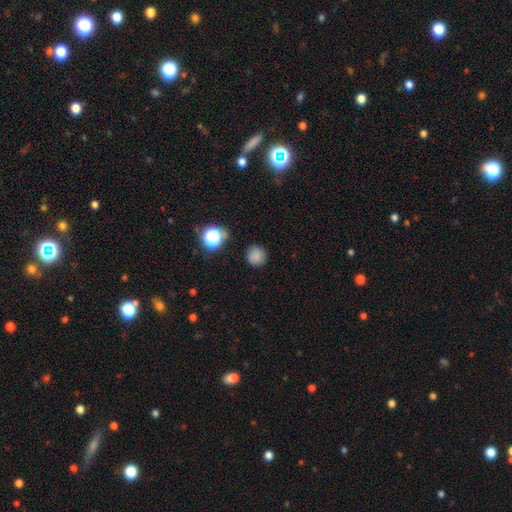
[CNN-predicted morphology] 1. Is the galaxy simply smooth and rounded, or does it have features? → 79% smooth, 15% star or artifact, 6% featured or disk.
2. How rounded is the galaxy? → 93% round, 6% in between, 1% cigar-shaped.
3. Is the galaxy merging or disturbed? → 83% none, 11% minor disturbance, 3% major disturbance, 2% merger.